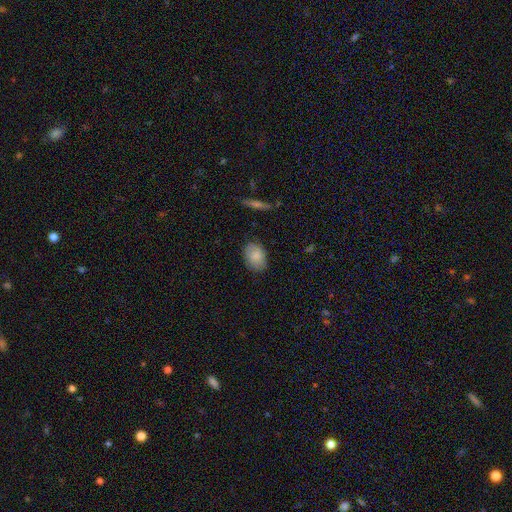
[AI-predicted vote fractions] This is clearly a smooth galaxy (83%). How rounded: clearly in between (84%). Merging: clearly none (82%).